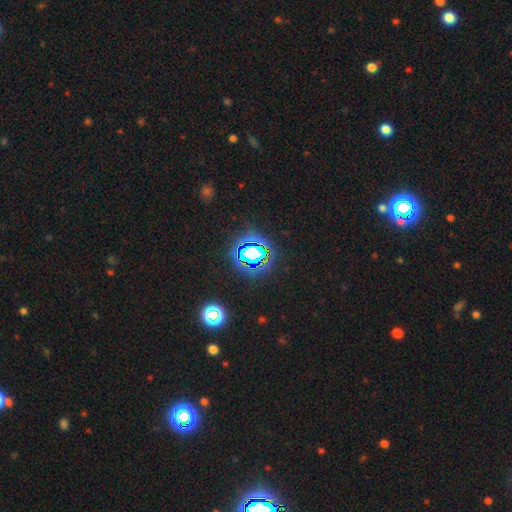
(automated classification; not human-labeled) Smooth or featured? Predicted: star or artifact (p=0.75).